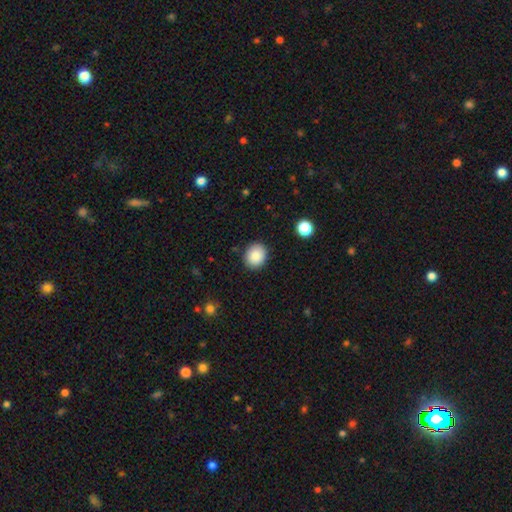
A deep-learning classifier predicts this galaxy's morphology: The model was most divided on "how rounded": round: 73%, in between: 26%, cigar-shaped: 1%. More confident: merging — none (88%); smooth or featured — smooth (88%).